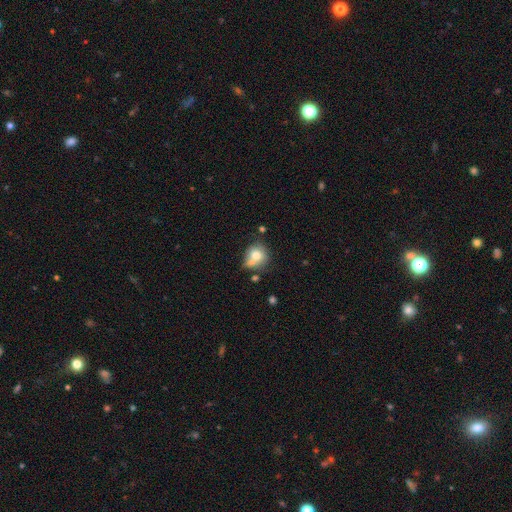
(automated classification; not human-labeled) smooth 73%, featured or disk 17%, star or artifact 10%. Down the decision tree: how rounded — round (77%); merging — none (46%).